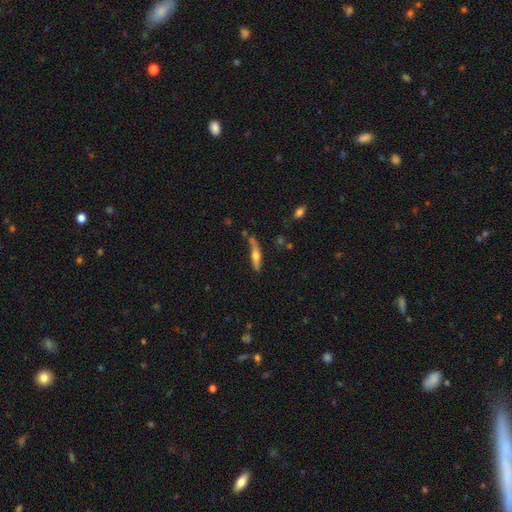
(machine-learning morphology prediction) The model was most divided on "smooth or featured": smooth: 48%, featured or disk: 45%, star or artifact: 6%. More confident: merging — none (65%).